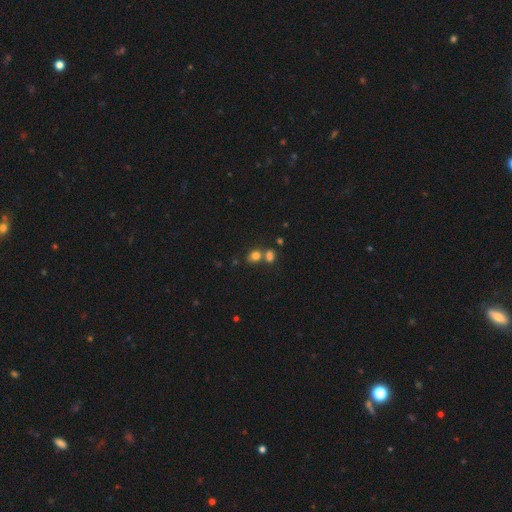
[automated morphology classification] Q: Smooth or featured?
A: smooth (78%); runner-up: star or artifact (14%)
Q: How rounded?
A: round (53%); runner-up: in between (46%)
Q: Merging?
A: none (50%); runner-up: merger (36%)